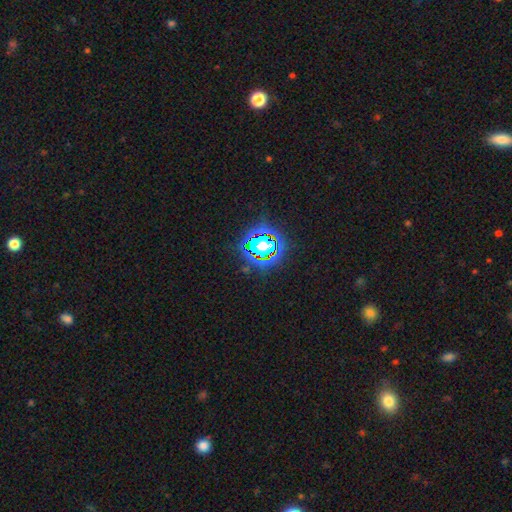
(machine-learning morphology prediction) A star or artifact, not a galaxy (80%).